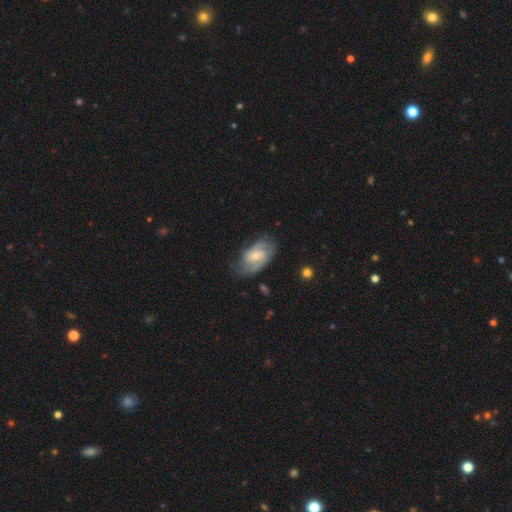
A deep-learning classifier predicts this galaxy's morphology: A featured or disk galaxy (79%) with no bar (50%), 2 (51%) medium (45%) spiral arms (94%) and a small central bulge (55%). Merging: none (67%).